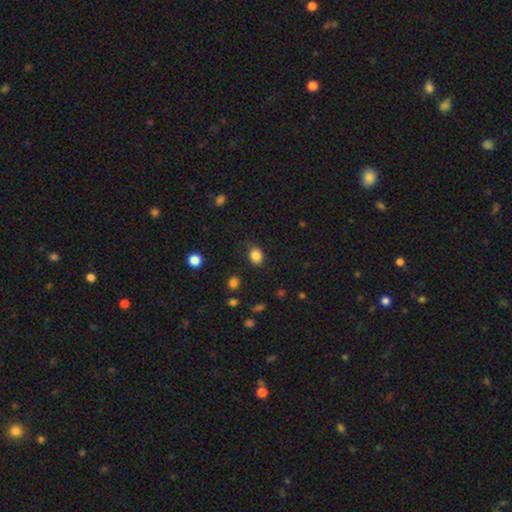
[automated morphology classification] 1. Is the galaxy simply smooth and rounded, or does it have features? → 85% smooth, 10% star or artifact, 5% featured or disk.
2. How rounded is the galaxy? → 52% round, 47% in between, 1% cigar-shaped.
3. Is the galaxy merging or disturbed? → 82% none, 13% minor disturbance, 3% major disturbance, 2% merger.